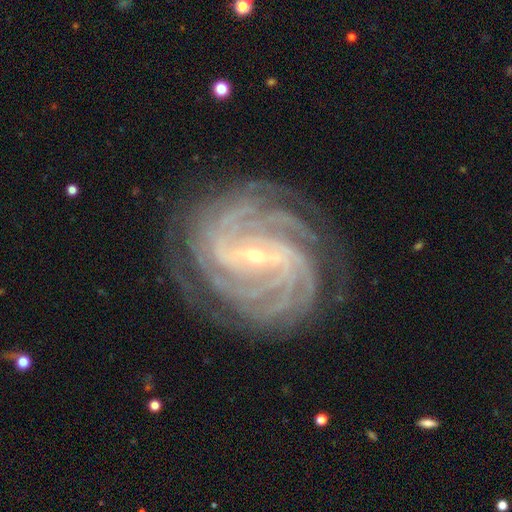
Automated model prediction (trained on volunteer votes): This appears to be a featured or disk galaxy (93%) with a strong bar (54%), 4 (35%) tight (79%) spiral arms (99%) and a small central bulge (81%). Merging: none (83%).